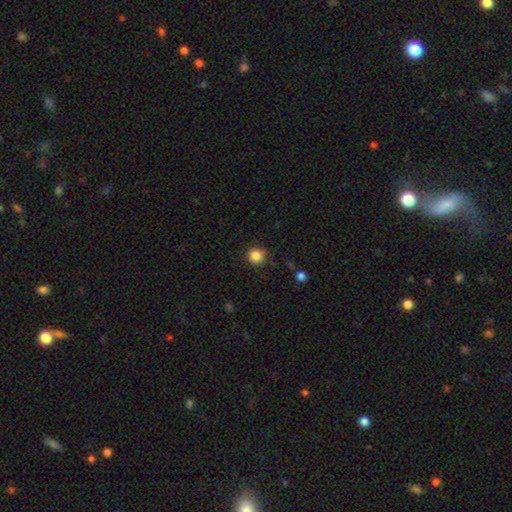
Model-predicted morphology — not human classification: Smooth or featured?
  - smooth: 86% *
  - star or artifact: 11%
  - featured or disk: 4%
How rounded?
  - round: 93% *
  - in between: 7%
  - cigar-shaped: 1%
Merging?
  - none: 85% *
  - minor disturbance: 11%
  - major disturbance: 3%
  - merger: 2%